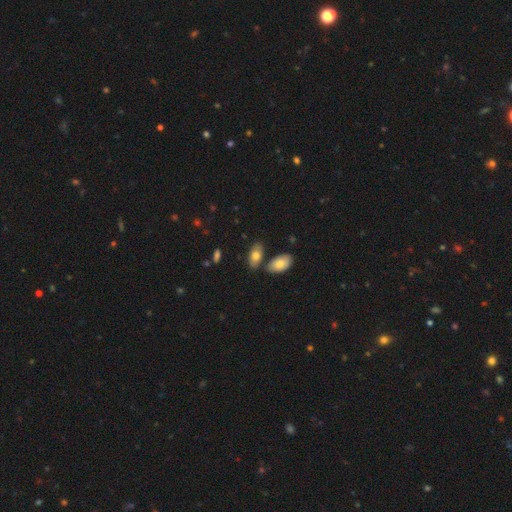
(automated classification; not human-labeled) Smooth or featured? smooth (78%)
How rounded? in between (92%)
Merging? none (69%)